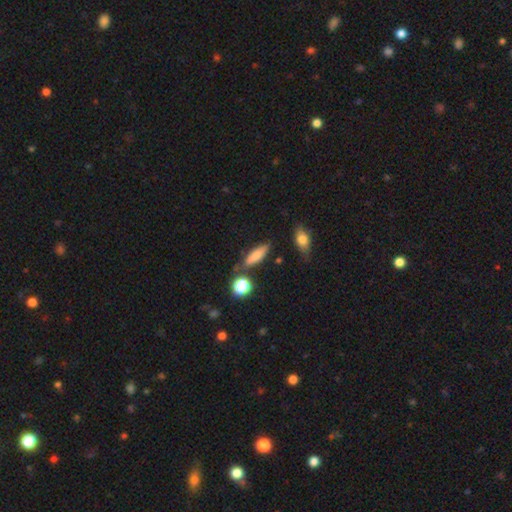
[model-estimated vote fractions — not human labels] This is likely a smooth galaxy (75%). How rounded: possibly cigar-shaped (55%). Merging: likely none (73%).